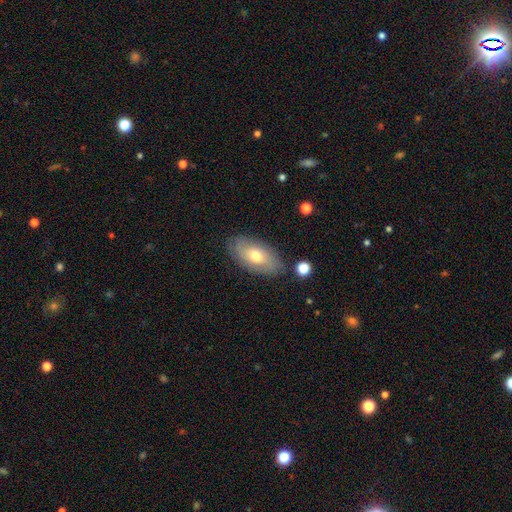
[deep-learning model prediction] smooth 54%, featured or disk 39%, star or artifact 7%. Down the decision tree: how rounded — in between (91%); merging — none (77%).